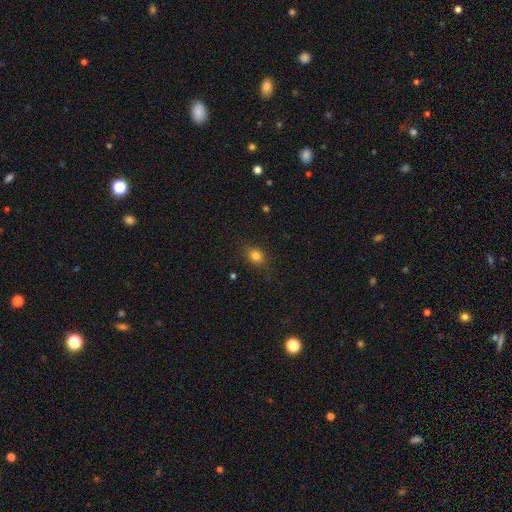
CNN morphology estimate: This appears to be a smooth galaxy with no disk features (81%) that is in between round and cigar-shaped (52%). Merging: none (83%).